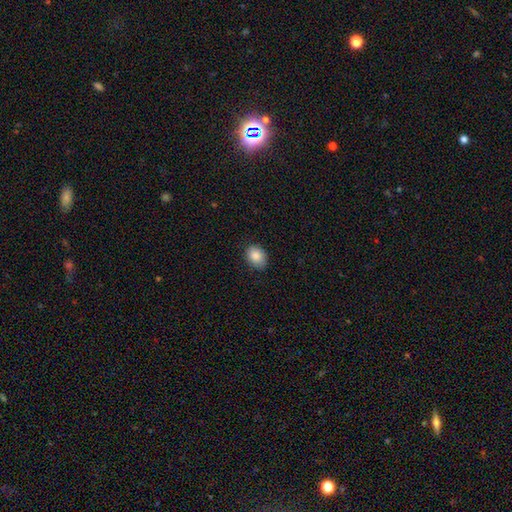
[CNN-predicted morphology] Overall: smooth (87%). How rounded: in between (63%; round 36%). Merging: none (82%).